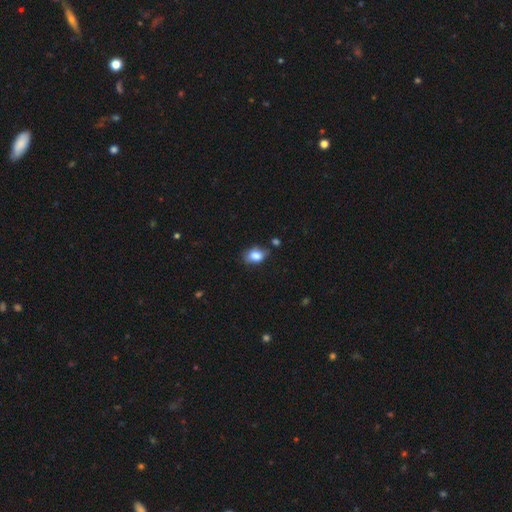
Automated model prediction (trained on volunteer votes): The model was most divided on "merging": none: 69%, minor disturbance: 22%, merger: 5%, major disturbance: 4%. More confident: smooth or featured — smooth (84%); how rounded — in between (80%).